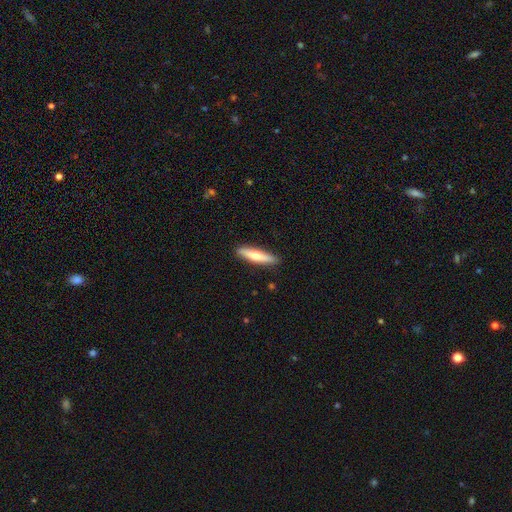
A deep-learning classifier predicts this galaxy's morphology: smooth 62%, featured or disk 33%, star or artifact 5%. Down the decision tree: how rounded — cigar-shaped (83%); merging — none (89%).